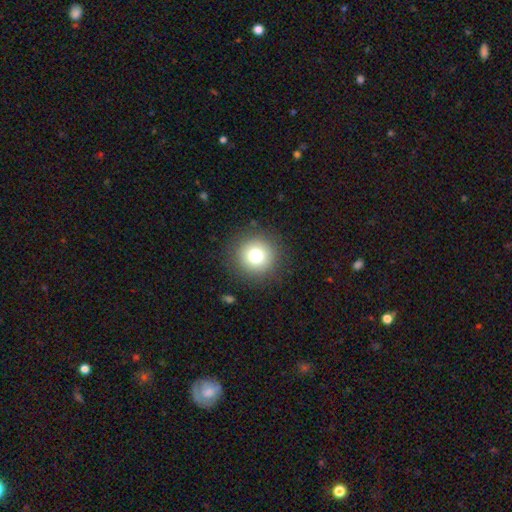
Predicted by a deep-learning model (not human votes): Q: Smooth or featured?
A: smooth (77%); runner-up: star or artifact (13%)
Q: How rounded?
A: round (95%); runner-up: in between (4%)
Q: Merging?
A: none (89%); runner-up: minor disturbance (7%)